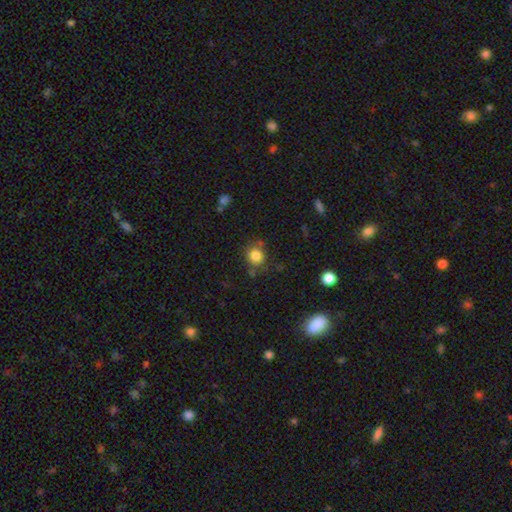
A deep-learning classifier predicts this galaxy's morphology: Smooth or featured? smooth (82%)
How rounded? round (85%)
Merging? none (73%)